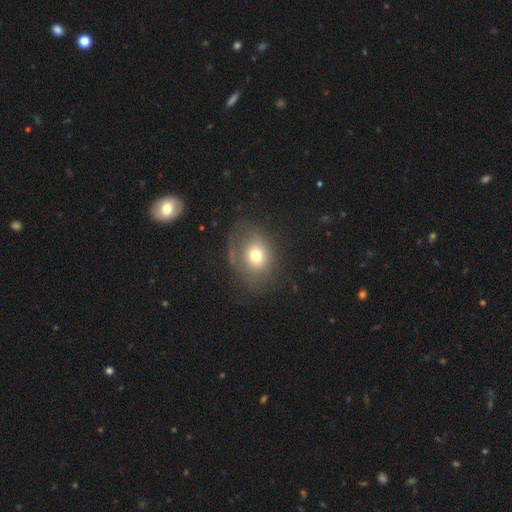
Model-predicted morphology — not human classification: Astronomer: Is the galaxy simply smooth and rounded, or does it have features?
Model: smooth — 66%.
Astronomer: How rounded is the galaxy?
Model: round — 52% (runner-up: in between, 47%).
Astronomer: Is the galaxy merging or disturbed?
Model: none — 58%.